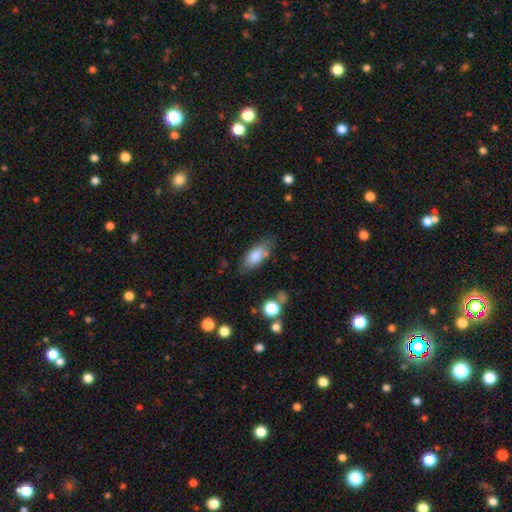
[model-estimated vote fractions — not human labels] This appears to be a smooth galaxy with no disk features (79%) that is in between round and cigar-shaped (80%). Merging: none (69%).